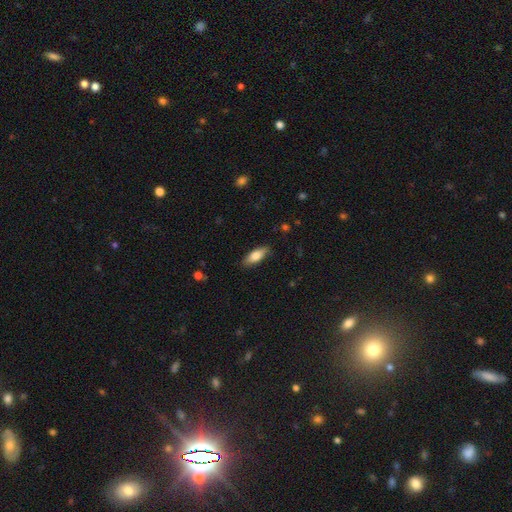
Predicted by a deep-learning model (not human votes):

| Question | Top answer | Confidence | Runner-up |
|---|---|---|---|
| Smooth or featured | smooth | 77% | featured or disk (17%) |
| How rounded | in between | 73% | cigar-shaped (24%) |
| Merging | none | 85% | minor disturbance (12%) |